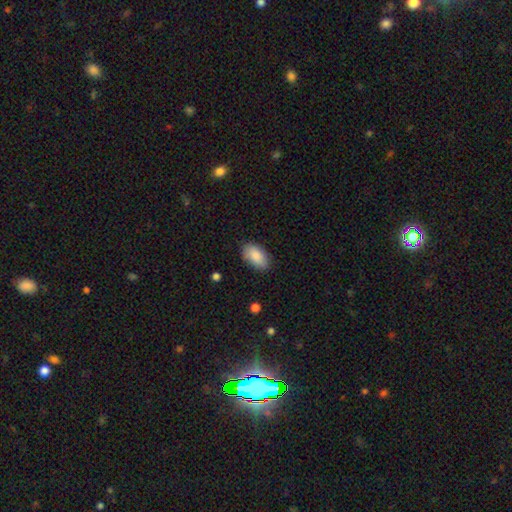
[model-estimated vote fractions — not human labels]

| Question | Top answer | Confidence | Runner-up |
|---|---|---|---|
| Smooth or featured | smooth | 88% | star or artifact (6%) |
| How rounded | in between | 94% | round (4%) |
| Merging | none | 82% | minor disturbance (14%) |